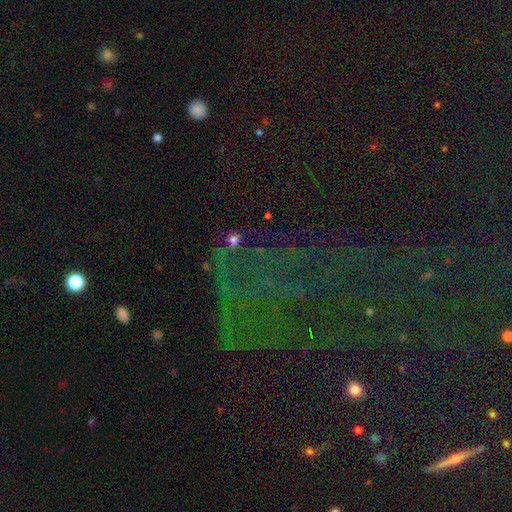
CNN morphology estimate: This appears to be a star or artifact, not a galaxy (72%).